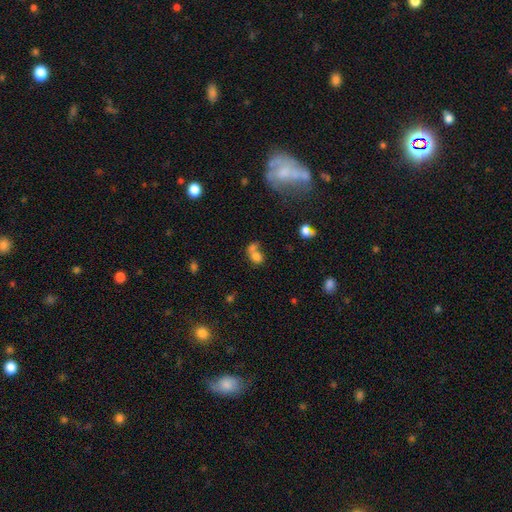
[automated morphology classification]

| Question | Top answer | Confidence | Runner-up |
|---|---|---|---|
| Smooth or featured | smooth | 74% | star or artifact (14%) |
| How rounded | in between | 52% | round (46%) |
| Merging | merger | 59% | none (27%) |